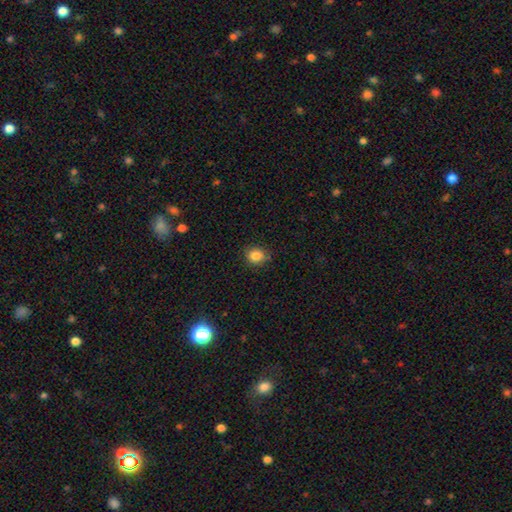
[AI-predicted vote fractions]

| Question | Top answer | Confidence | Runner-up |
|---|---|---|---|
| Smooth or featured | smooth | 85% | star or artifact (11%) |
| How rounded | round | 74% | in between (25%) |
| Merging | none | 83% | minor disturbance (13%) |